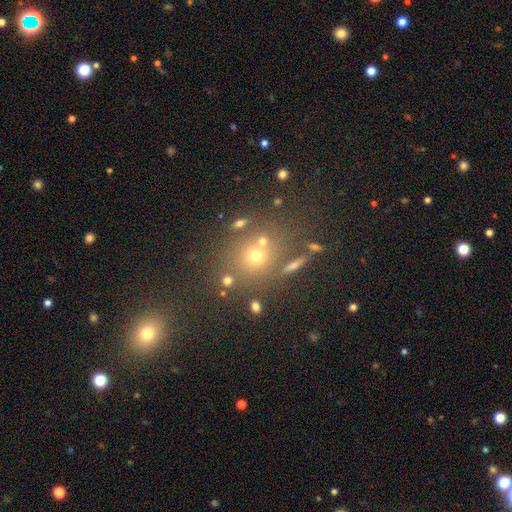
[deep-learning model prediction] The model was most divided on "smooth or featured": smooth: 61%, star or artifact: 24%, featured or disk: 15%. More confident: how rounded — round (81%); merging — none (68%).